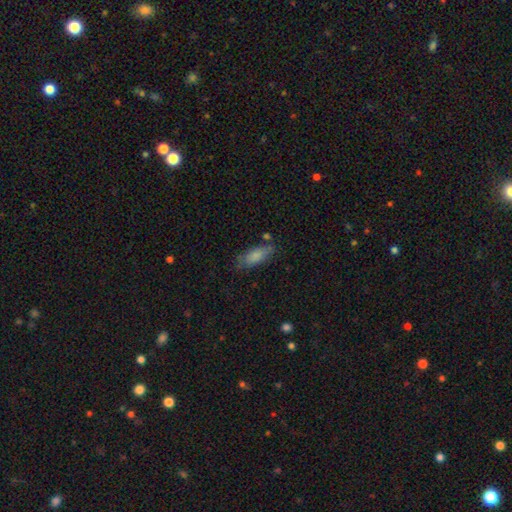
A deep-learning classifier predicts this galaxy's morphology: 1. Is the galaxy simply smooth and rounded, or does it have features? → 81% smooth, 12% featured or disk, 7% star or artifact.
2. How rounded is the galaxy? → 72% in between, 26% cigar-shaped, 2% round.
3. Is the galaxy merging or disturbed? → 68% none, 21% minor disturbance, 6% merger, 6% major disturbance.